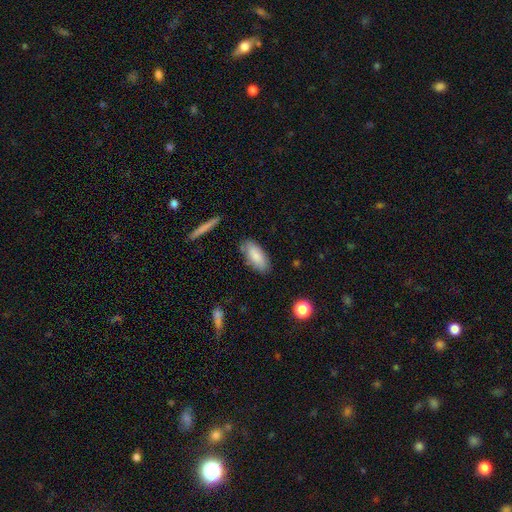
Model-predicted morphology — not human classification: smooth 84%, featured or disk 10%, star or artifact 6%. Down the decision tree: how rounded — in between (84%); merging — none (79%).